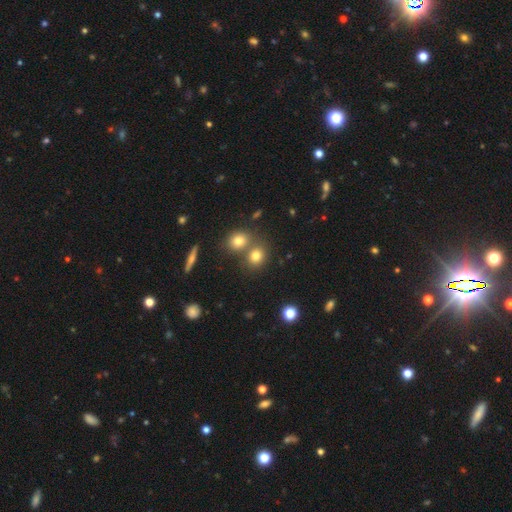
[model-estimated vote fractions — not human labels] smooth-or-featured: smooth: 76% | star or artifact: 14% | featured or disk: 10%
  how-rounded: round: 72% | in between: 27% | cigar-shaped: 1%
  merging: none: 54% | merger: 36% | minor disturbance: 8% | major disturbance: 3%